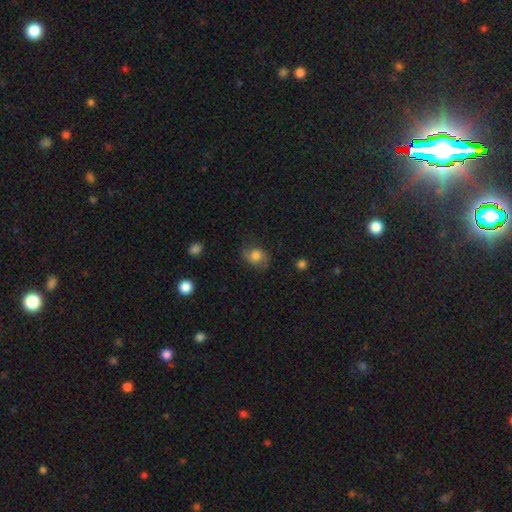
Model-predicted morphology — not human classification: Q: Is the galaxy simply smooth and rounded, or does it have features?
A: smooth — 70%.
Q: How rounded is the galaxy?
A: in between — 52%.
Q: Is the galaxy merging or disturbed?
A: none — 66%.